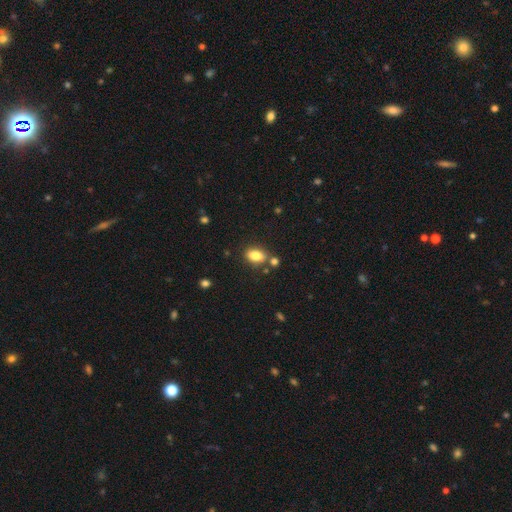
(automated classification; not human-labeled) Smooth or featured: smooth — 83% (star or artifact — 9%)
How rounded: in between — 86% (round — 12%)
Merging: none — 74% (merger — 12%)